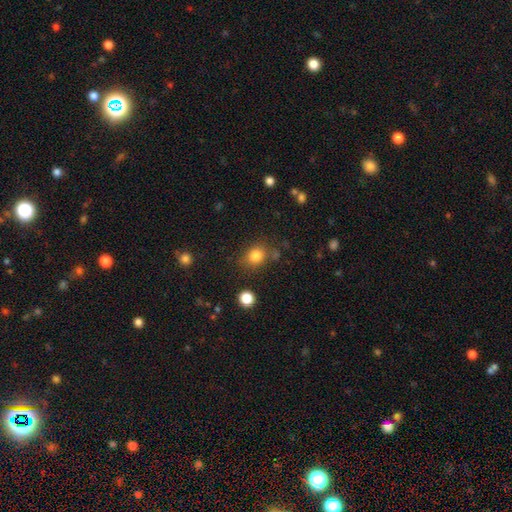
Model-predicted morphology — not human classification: smooth_or_featured: smooth (p=0.82) [alt: star or artifact p=0.12]
how_rounded: round (p=0.65) [alt: in between p=0.34]
merging: none (p=0.76) [alt: minor disturbance p=0.13]